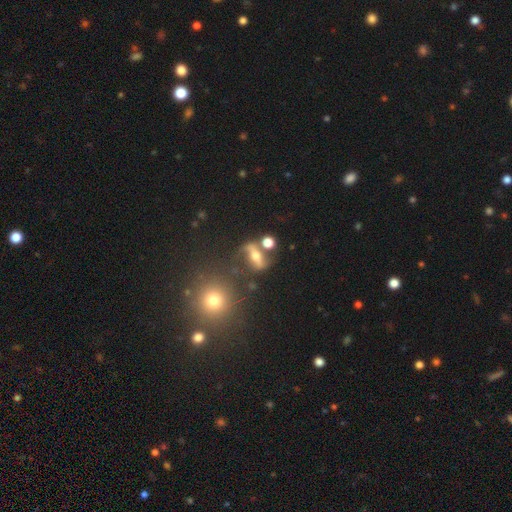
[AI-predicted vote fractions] Smooth or featured?
  - featured or disk: 63% *
  - smooth: 24%
  - star or artifact: 13%
Edge-on disk?
  - no: 73% *
  - yes: 27%
Merging?
  - none: 60% *
  - merger: 16%
  - minor disturbance: 14%
  - major disturbance: 9%